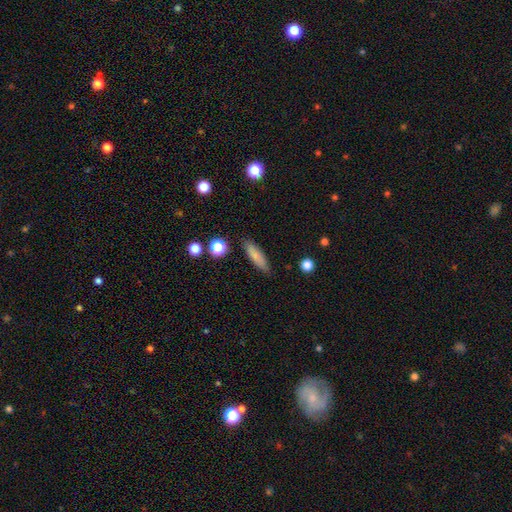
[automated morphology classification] Smooth or featured? Predicted: smooth (p=0.79). How rounded? Predicted: cigar-shaped (p=0.67). Merging? Predicted: none (p=0.86).